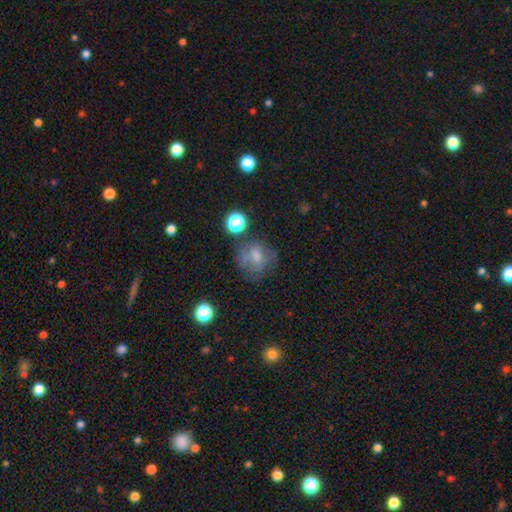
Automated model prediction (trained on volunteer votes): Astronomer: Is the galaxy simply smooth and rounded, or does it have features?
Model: smooth — 53%.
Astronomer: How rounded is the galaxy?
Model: round — 70%.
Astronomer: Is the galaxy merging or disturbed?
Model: none — 60%.